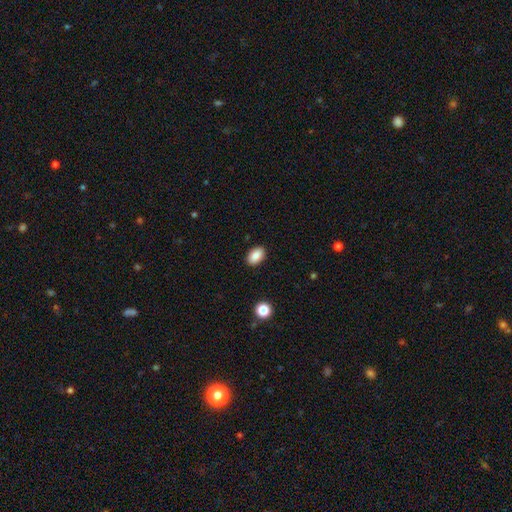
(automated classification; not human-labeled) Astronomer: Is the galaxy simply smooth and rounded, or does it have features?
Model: smooth — 87%.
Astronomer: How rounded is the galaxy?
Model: in between — 89%.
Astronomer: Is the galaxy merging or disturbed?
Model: none — 89%.